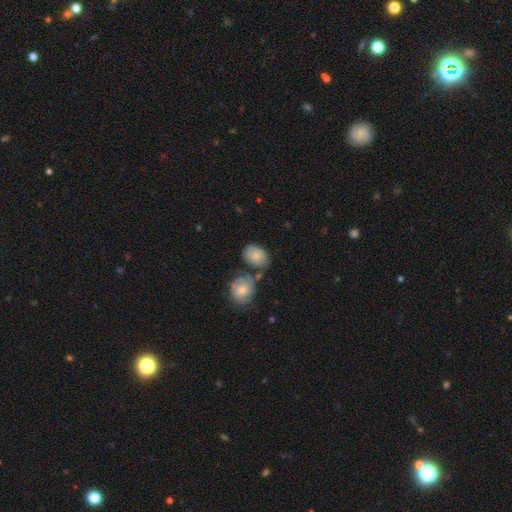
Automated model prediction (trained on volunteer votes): smooth 75%, featured or disk 17%, star or artifact 7%. Down the decision tree: how rounded — in between (71%); merging — none (49%).